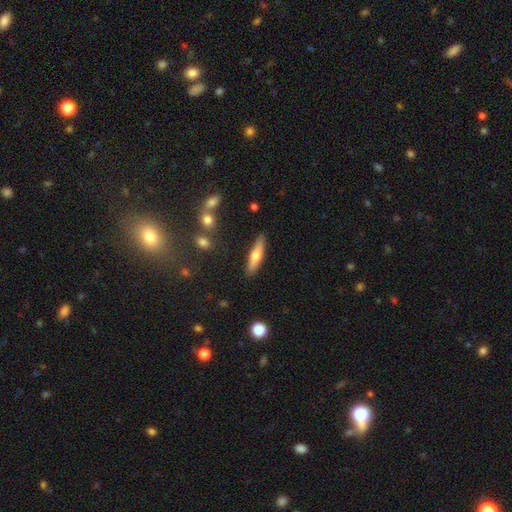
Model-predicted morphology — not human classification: Smooth or featured? Predicted: smooth (p=0.54). How rounded? Predicted: cigar-shaped (p=0.77). Merging? Predicted: none (p=0.86).